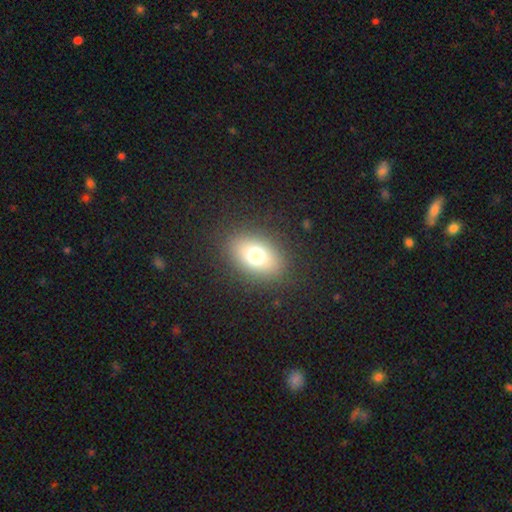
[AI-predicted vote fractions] This is likely a smooth galaxy (72%). How rounded: likely in between (76%). Merging: clearly none (86%).